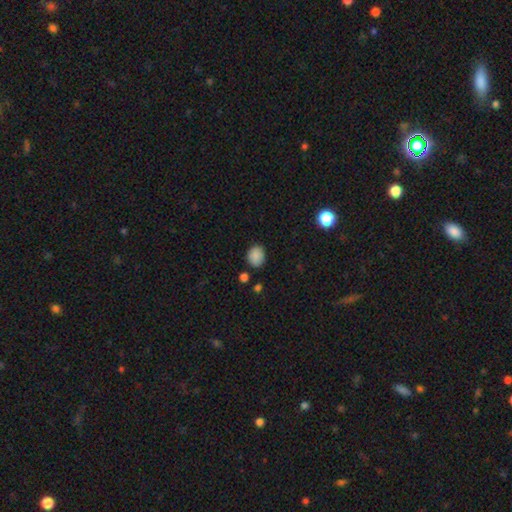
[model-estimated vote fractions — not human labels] A smooth galaxy with no disk features (87%) that is round (69%).

Vote fractions:
- Smooth or featured? smooth: 87% / star or artifact: 10% / featured or disk: 4%
- How rounded? round: 69% / in between: 30% / cigar-shaped: 1%
- Merging? none: 82% / minor disturbance: 12% / merger: 3% / major disturbance: 3%